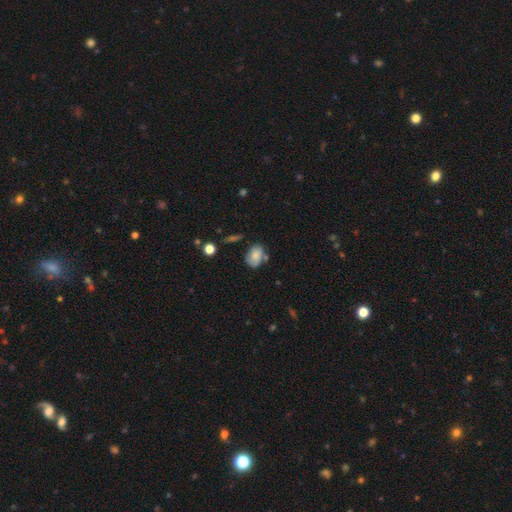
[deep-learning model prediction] Smooth or featured: smooth — 71% (featured or disk — 20%)
How rounded: in between — 78% (round — 21%)
Merging: none — 57% (minor disturbance — 25%)